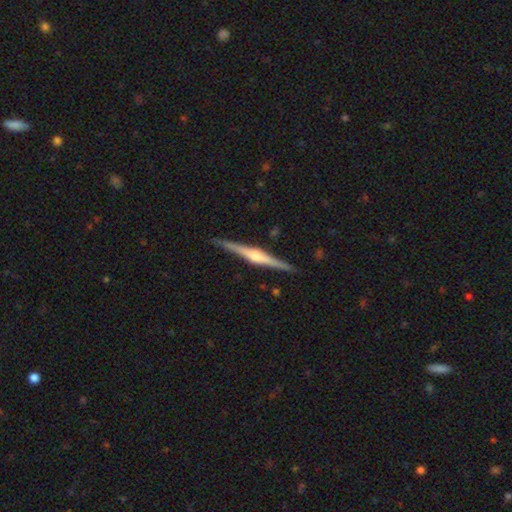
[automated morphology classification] Smooth or featured?
  - featured or disk: 83% *
  - smooth: 12%
  - star or artifact: 5%
Edge-on disk?
  - yes: 99% *
  - no: 1%
Edge-on bulge?
  - rounded: 82% *
  - boxy: 13%
  - none: 5%
Merging?
  - none: 91% *
  - minor disturbance: 6%
  - major disturbance: 1%
  - merger: 1%